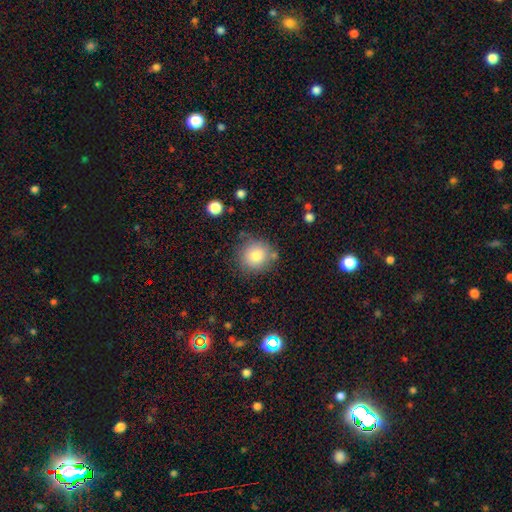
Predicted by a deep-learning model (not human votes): Q: Smooth or featured?
A: smooth (81%); runner-up: featured or disk (10%)
Q: How rounded?
A: round (89%); runner-up: in between (10%)
Q: Merging?
A: none (77%); runner-up: minor disturbance (14%)